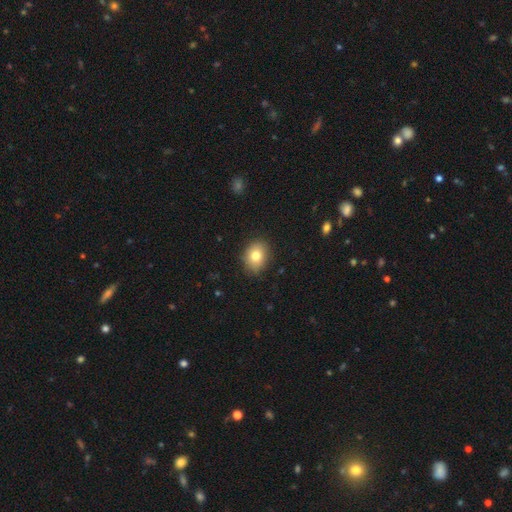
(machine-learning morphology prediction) A smooth galaxy with no disk features (80%) that is in between round and cigar-shaped (53%). Merging: none (86%).